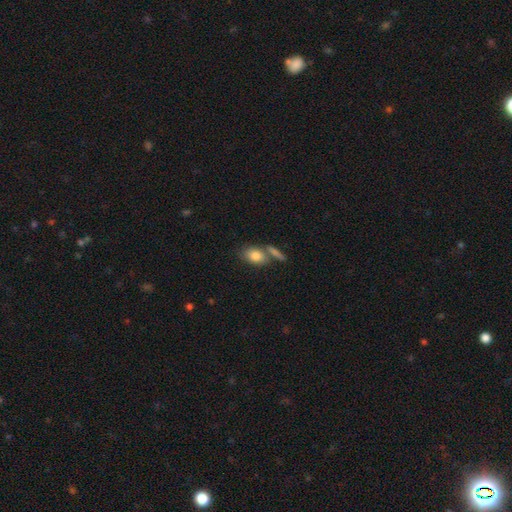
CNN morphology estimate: Smooth or featured? smooth (81%)
How rounded? in between (82%)
Merging? none (52%)